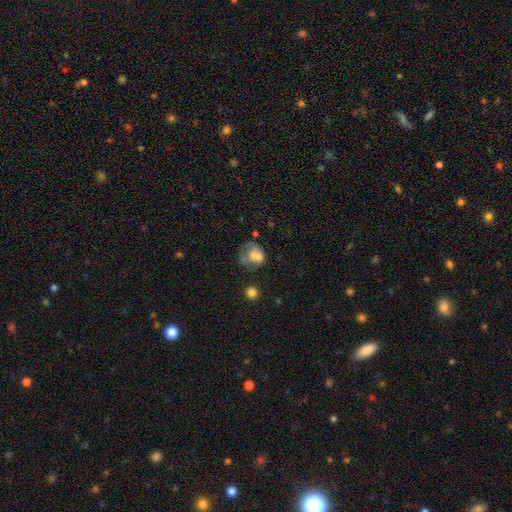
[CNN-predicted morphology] smooth_or_featured: smooth (p=0.62) [alt: featured or disk p=0.27]
how_rounded: round (p=0.57) [alt: in between p=0.42]
merging: none (p=0.31) [alt: major disturbance p=0.26]